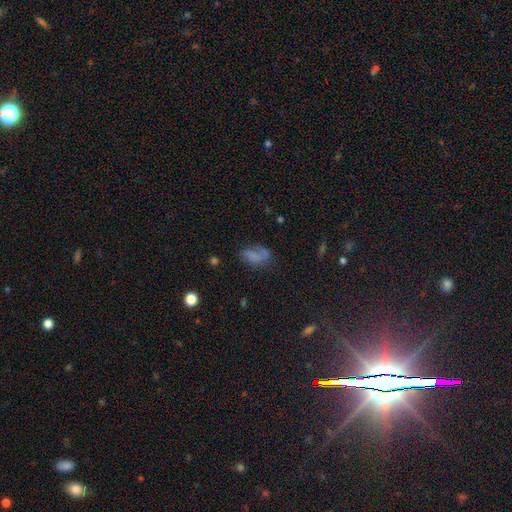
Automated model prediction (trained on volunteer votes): Q: Smooth or featured?
A: smooth (60%); runner-up: featured or disk (25%)
Q: How rounded?
A: in between (87%); runner-up: round (9%)
Q: Merging?
A: none (43%); runner-up: minor disturbance (27%)